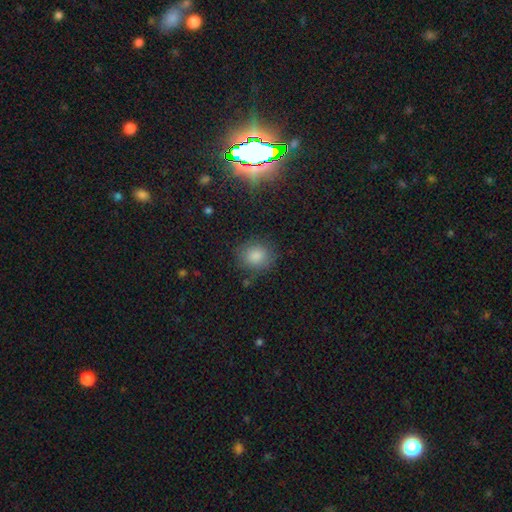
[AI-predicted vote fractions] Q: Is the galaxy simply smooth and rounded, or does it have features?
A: smooth — 73%.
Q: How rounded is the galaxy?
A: round — 78%.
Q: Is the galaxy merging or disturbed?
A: none — 85%.